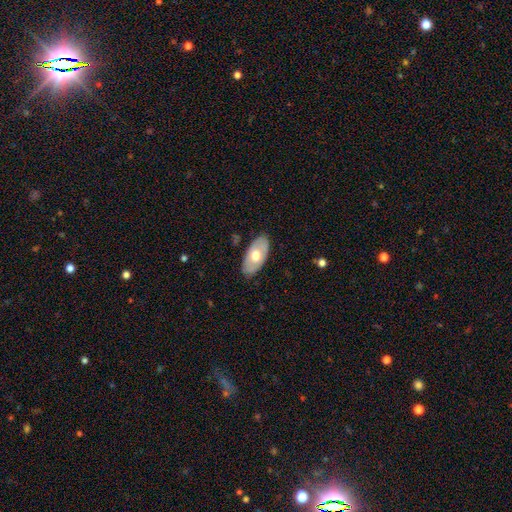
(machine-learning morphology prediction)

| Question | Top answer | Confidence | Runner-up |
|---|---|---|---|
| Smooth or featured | smooth | 56% | featured or disk (38%) |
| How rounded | in between | 93% | cigar-shaped (3%) |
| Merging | none | 84% | minor disturbance (12%) |